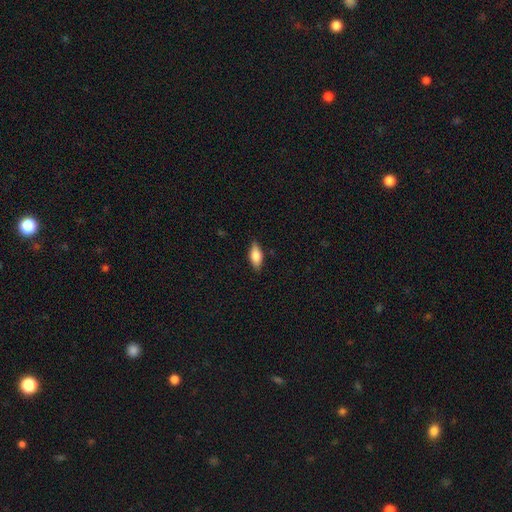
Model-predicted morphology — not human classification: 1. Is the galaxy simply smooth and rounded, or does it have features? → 78% smooth, 15% featured or disk, 7% star or artifact.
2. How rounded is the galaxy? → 82% in between, 15% cigar-shaped, 3% round.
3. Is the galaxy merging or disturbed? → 85% none, 12% minor disturbance, 2% major disturbance, 1% merger.